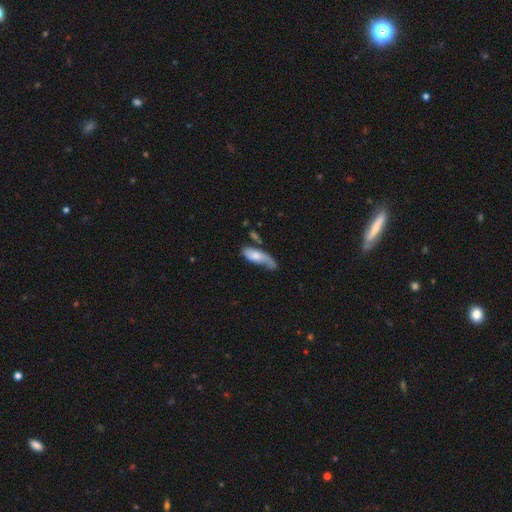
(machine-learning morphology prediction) type=smooth (57%); roundness=in between (62%); merging=none (33%).